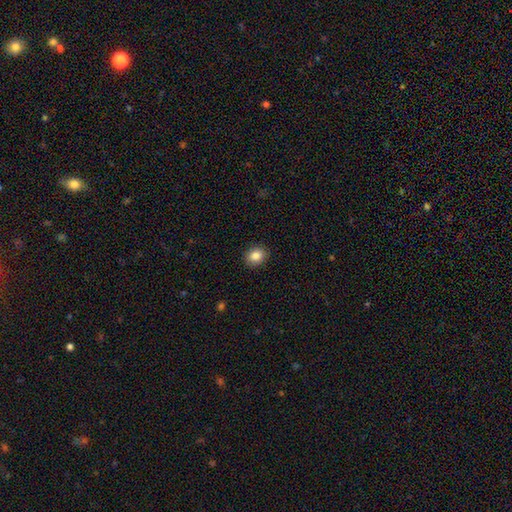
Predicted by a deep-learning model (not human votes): smooth-or-featured: smooth: 85% | star or artifact: 9% | featured or disk: 6%
  how-rounded: round: 55% | in between: 44% | cigar-shaped: 1%
  merging: none: 90% | minor disturbance: 7% | major disturbance: 2% | merger: 1%